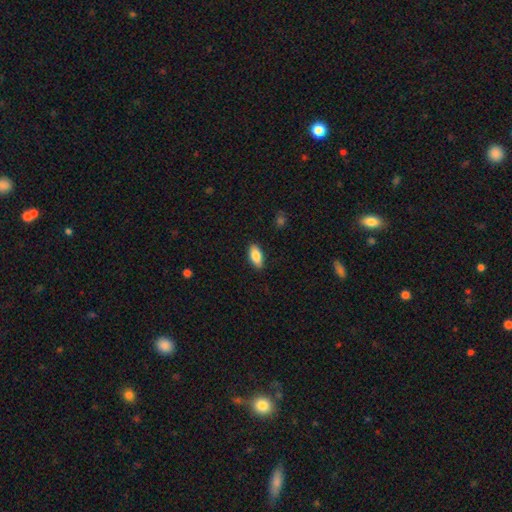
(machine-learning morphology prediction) smooth-or-featured: smooth: 83% | featured or disk: 10% | star or artifact: 6%
  how-rounded: in between: 89% | cigar-shaped: 9% | round: 3%
  merging: none: 88% | minor disturbance: 9% | major disturbance: 2% | merger: 1%